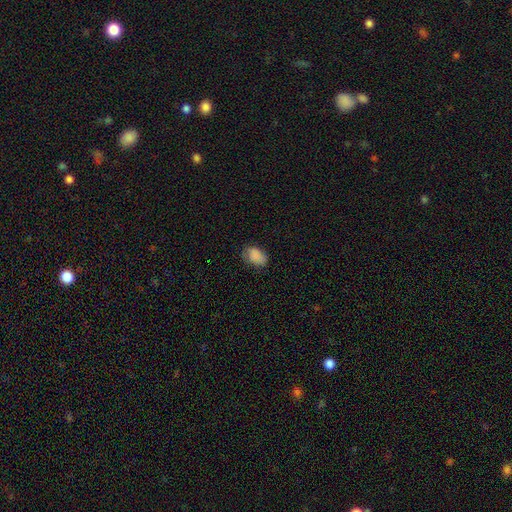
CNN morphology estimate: Smooth or featured?
  - smooth: 85% *
  - star or artifact: 8%
  - featured or disk: 7%
How rounded?
  - in between: 86% *
  - round: 13%
  - cigar-shaped: 1%
Merging?
  - none: 67% *
  - minor disturbance: 25%
  - major disturbance: 7%
  - merger: 1%